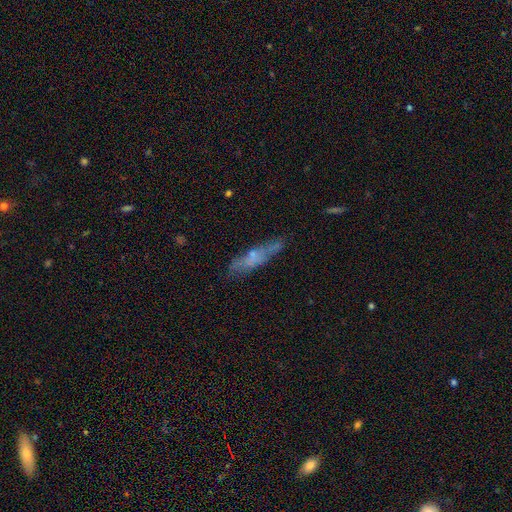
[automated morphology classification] The model was most divided on "smooth or featured": smooth: 49%, featured or disk: 42%, star or artifact: 9%. More confident: merging — none (69%).